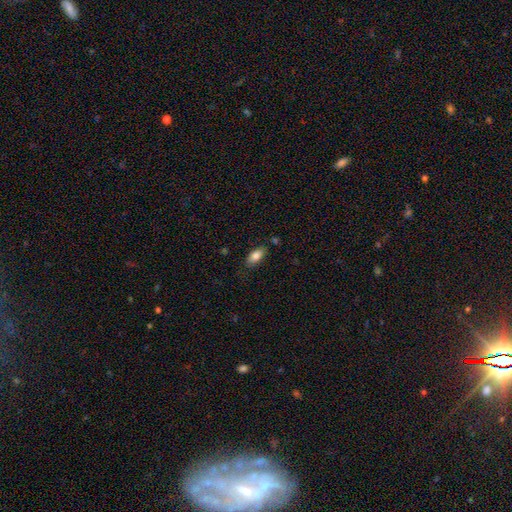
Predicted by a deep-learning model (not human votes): The model was most divided on "merging": none: 78%, minor disturbance: 16%, major disturbance: 4%, merger: 3%. More confident: how rounded — in between (89%); smooth or featured — smooth (83%).